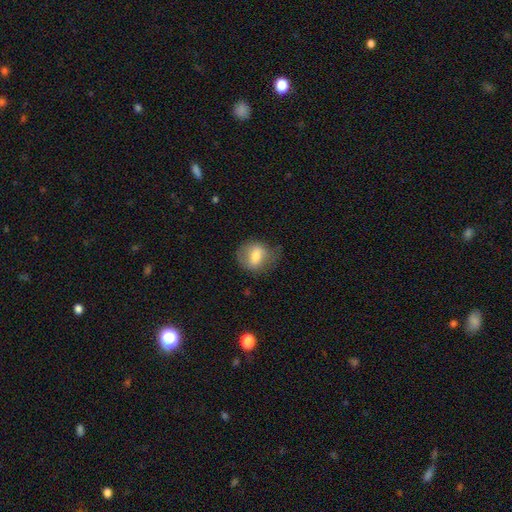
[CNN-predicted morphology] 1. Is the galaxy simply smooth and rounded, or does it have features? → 65% smooth, 27% featured or disk, 8% star or artifact.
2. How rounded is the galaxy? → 50% in between, 48% round, 2% cigar-shaped.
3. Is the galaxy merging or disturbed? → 64% none, 24% minor disturbance, 11% major disturbance, 1% merger.